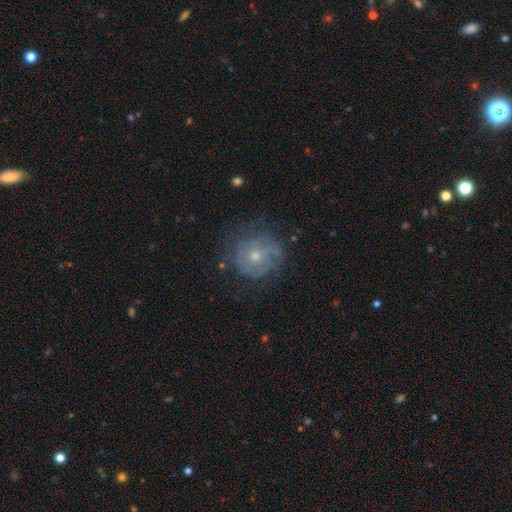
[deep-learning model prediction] A featured or disk galaxy (66%) with no bar (82%), tight (61%) spiral arms (81%) and a moderate central bulge (49%). Merging: none (68%).